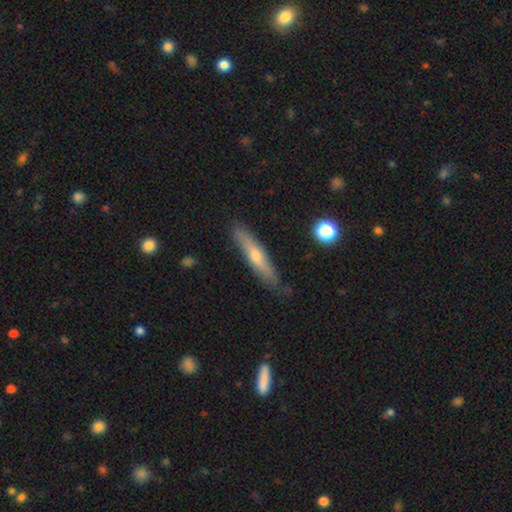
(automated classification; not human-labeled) smooth_or_featured: smooth (p=0.49) [alt: featured or disk p=0.45]
merging: none (p=0.82) [alt: minor disturbance p=0.13]